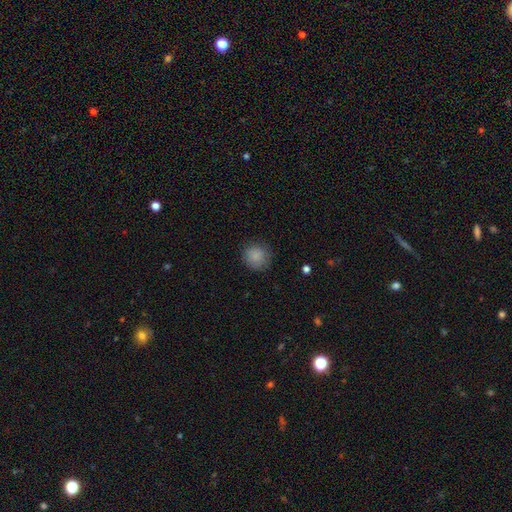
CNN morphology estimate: The model was most divided on "merging": none: 84%, minor disturbance: 11%, major disturbance: 3%, merger: 1%. More confident: how rounded — round (92%); smooth or featured — smooth (86%).